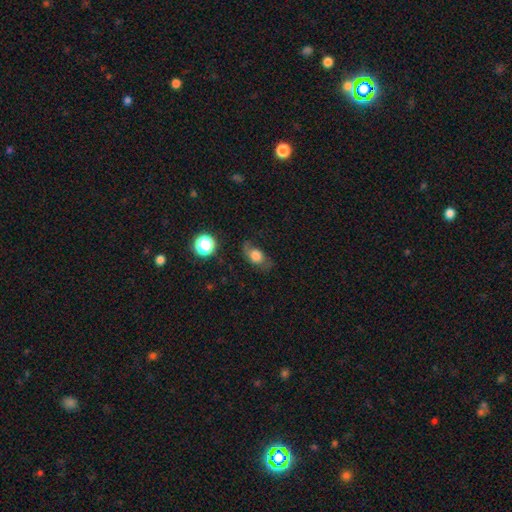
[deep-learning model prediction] Smooth or featured: smooth — 64% (featured or disk — 25%)
How rounded: in between — 67% (round — 28%)
Merging: none — 62% (minor disturbance — 23%)